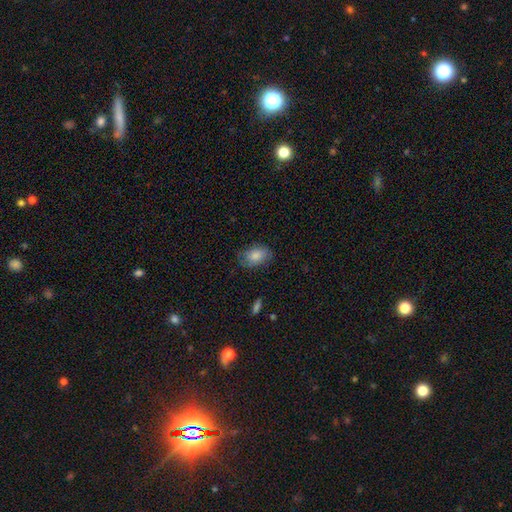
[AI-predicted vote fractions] Smooth or featured? smooth (81%)
How rounded? in between (87%)
Merging? none (74%)